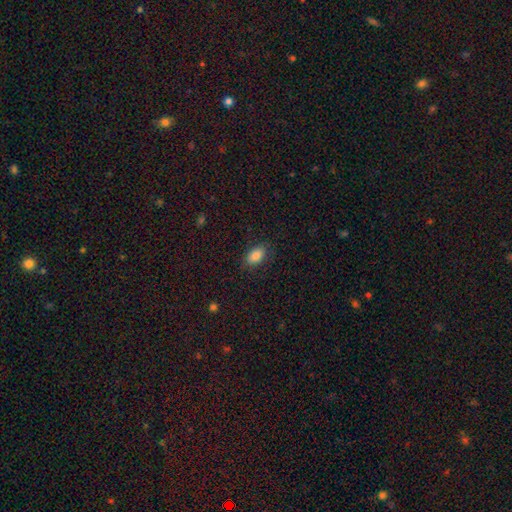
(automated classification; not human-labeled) A smooth galaxy with no disk features (86%) that is in between round and cigar-shaped (91%). Merging: none (85%).